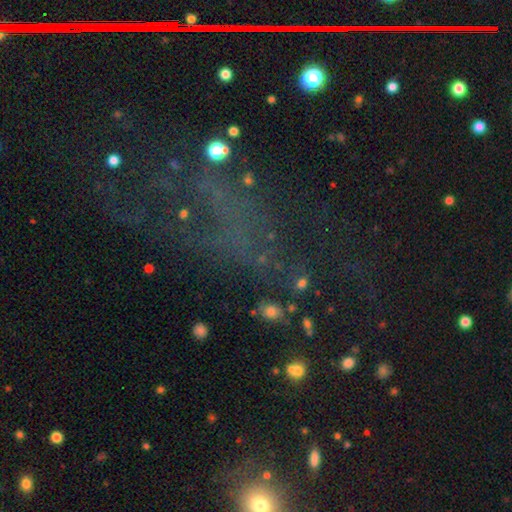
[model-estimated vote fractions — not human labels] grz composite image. It shows a star or artifact, not a galaxy (48%).